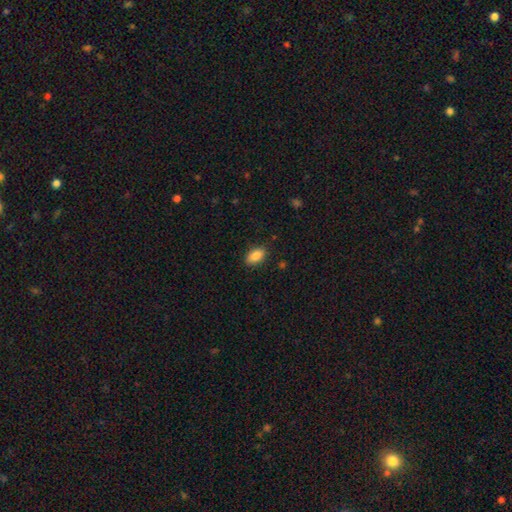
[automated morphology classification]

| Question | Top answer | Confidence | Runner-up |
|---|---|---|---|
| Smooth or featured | smooth | 88% | star or artifact (8%) |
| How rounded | in between | 91% | round (6%) |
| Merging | none | 86% | minor disturbance (10%) |